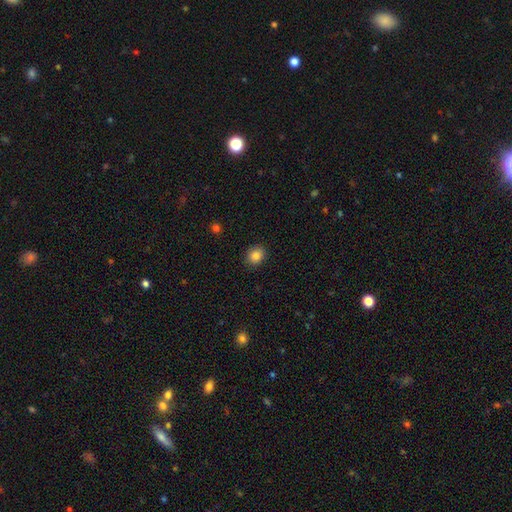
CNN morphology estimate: smooth-or-featured: smooth: 85% | star or artifact: 10% | featured or disk: 5%
  how-rounded: round: 63% | in between: 36% | cigar-shaped: 1%
  merging: none: 89% | minor disturbance: 8% | major disturbance: 2% | merger: 1%